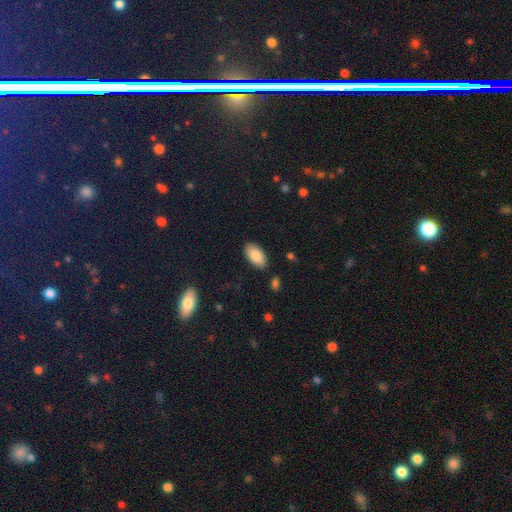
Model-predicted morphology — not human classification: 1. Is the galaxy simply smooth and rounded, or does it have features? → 87% smooth, 6% star or artifact, 6% featured or disk.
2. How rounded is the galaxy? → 95% in between, 3% round, 2% cigar-shaped.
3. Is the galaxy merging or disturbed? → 85% none, 10% minor disturbance, 2% major disturbance, 2% merger.